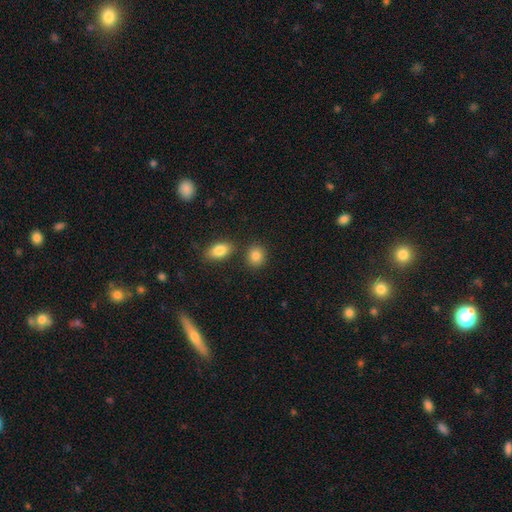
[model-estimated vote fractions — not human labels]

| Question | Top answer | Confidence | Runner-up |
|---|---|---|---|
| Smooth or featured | smooth | 85% | star or artifact (9%) |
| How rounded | round | 66% | in between (32%) |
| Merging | none | 77% | merger (11%) |